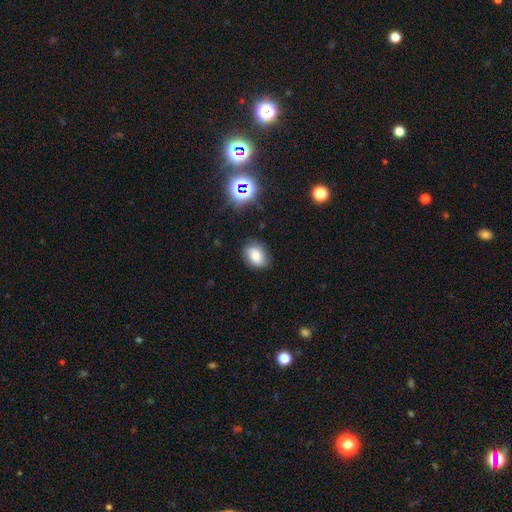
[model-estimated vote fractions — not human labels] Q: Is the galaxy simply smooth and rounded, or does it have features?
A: smooth — 71%.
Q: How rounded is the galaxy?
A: in between — 72%.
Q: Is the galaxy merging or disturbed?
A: none — 76%.